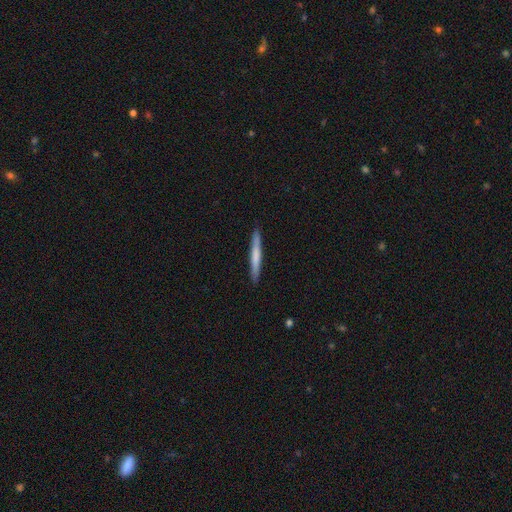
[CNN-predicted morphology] A smooth galaxy with no disk features (63%) that is cigar-shaped (97%). Merging: none (92%).